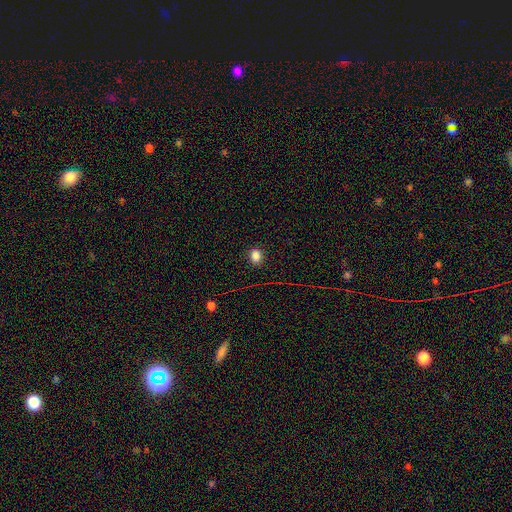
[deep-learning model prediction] A smooth galaxy with no disk features (83%) that is round (57%).

Vote fractions:
- Smooth or featured? smooth: 83% / star or artifact: 13% / featured or disk: 4%
- How rounded? round: 57% / in between: 42% / cigar-shaped: 1%
- Merging? none: 89% / minor disturbance: 8% / major disturbance: 2% / merger: 1%